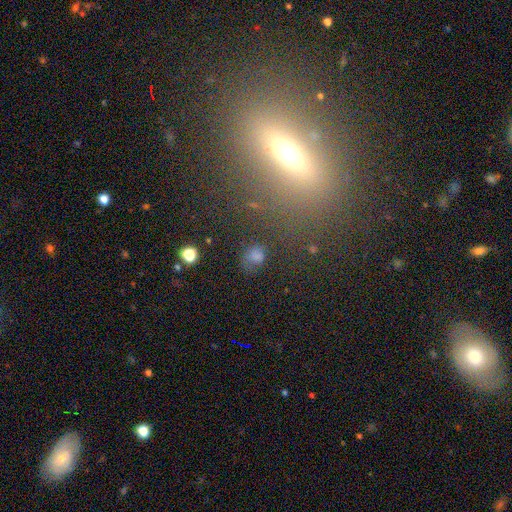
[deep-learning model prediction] Smooth or featured? Predicted: smooth (p=0.69). How rounded? Predicted: round (p=0.58). Merging? Predicted: none (p=0.55).